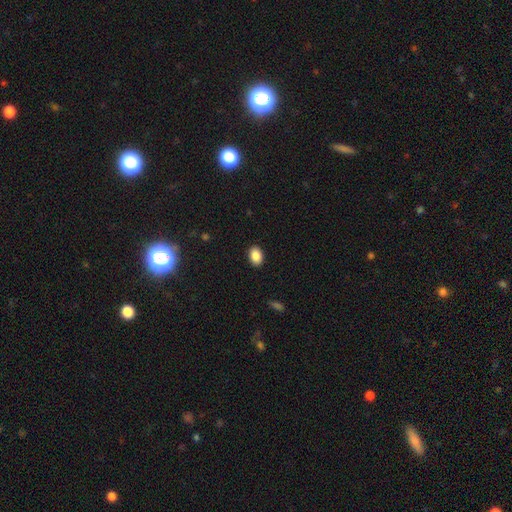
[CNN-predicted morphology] type=smooth (88%); roundness=in between (79%); merging=none (90%).